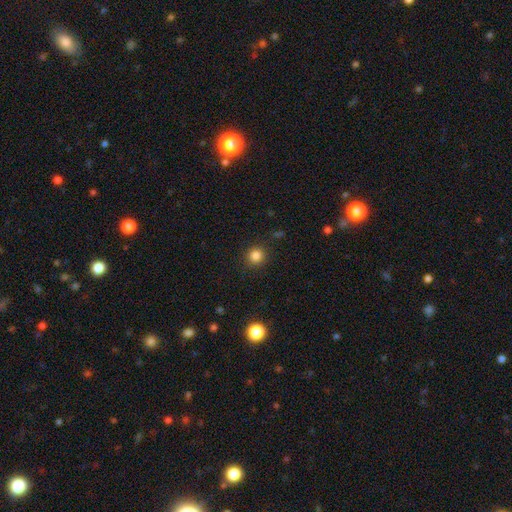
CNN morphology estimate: A smooth galaxy with no disk features (84%) that is round (92%).

Vote fractions:
- Smooth or featured? smooth: 84% / star or artifact: 12% / featured or disk: 4%
- How rounded? round: 92% / in between: 7% / cigar-shaped: 1%
- Merging? none: 90% / minor disturbance: 6% / major disturbance: 2% / merger: 1%